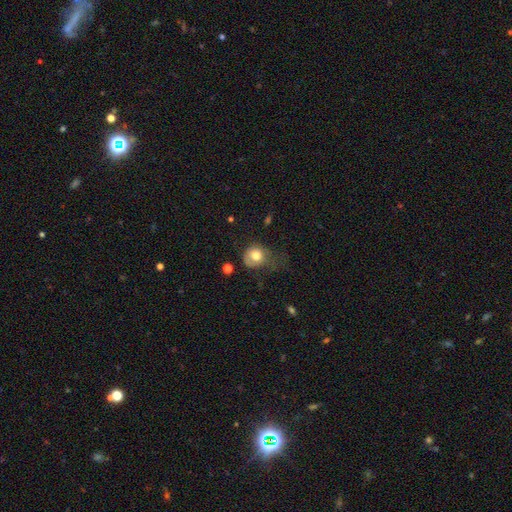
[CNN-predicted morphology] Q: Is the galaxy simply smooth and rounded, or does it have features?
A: smooth — 72%.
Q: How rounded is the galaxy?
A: round — 71%.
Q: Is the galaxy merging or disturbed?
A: major disturbance — 37%.